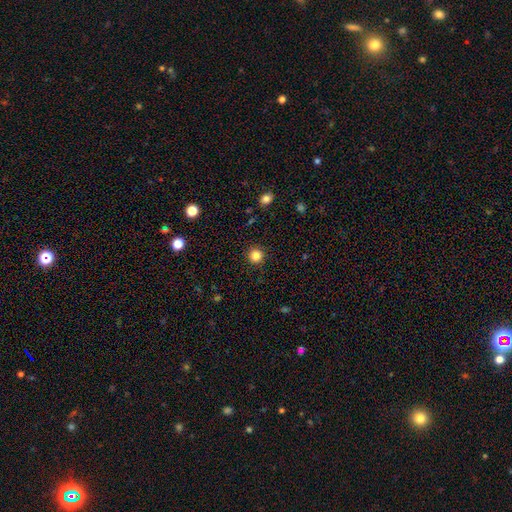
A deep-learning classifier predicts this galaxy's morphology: The model was most divided on "smooth or featured": smooth: 84%, star or artifact: 12%, featured or disk: 4%. More confident: how rounded — round (94%); merging — none (91%).